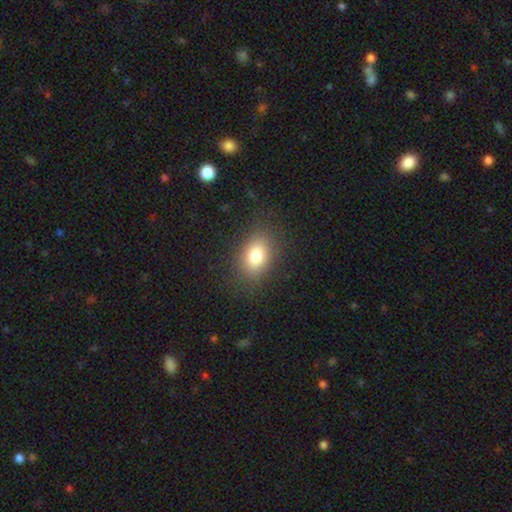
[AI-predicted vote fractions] smooth 80%, star or artifact 10%, featured or disk 9%. Down the decision tree: how rounded — in between (79%); merging — none (84%).